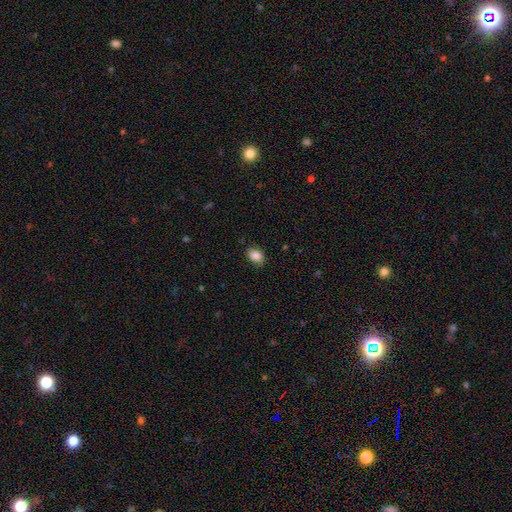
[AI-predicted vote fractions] A smooth galaxy with no disk features (86%) that is in between round and cigar-shaped (80%).

Vote fractions:
- Smooth or featured? smooth: 86% / star or artifact: 8% / featured or disk: 6%
- How rounded? in between: 80% / round: 19% / cigar-shaped: 1%
- Merging? none: 84% / minor disturbance: 12% / major disturbance: 2% / merger: 1%